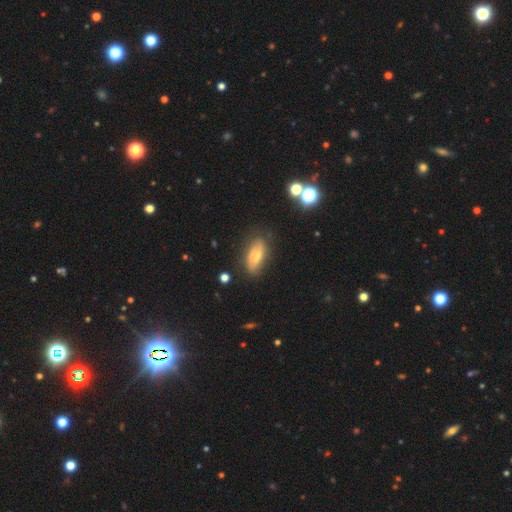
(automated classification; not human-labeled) A smooth galaxy with no disk features (56%) that is in between round and cigar-shaped (83%). Merging: none (71%).